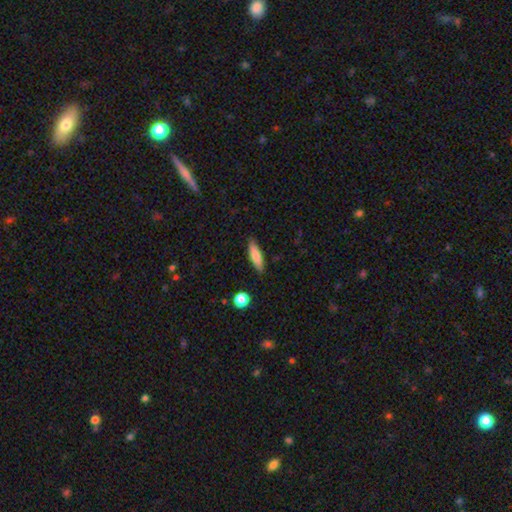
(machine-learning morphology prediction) This appears to be a smooth galaxy with no disk features (77%) that is cigar-shaped (65%). Merging: none (87%).